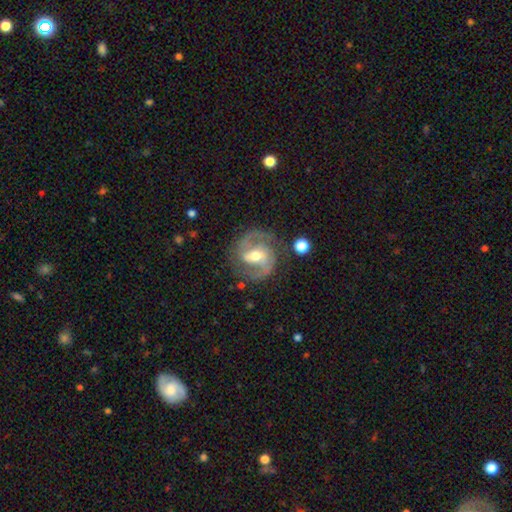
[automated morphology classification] Smooth or featured?
  - featured or disk: 89% *
  - smooth: 6%
  - star or artifact: 5%
Edge-on disk?
  - no: 98% *
  - yes: 2%
Bar?
  - weak: 44% *
  - strong: 32%
  - no: 24%
Spiral arms?
  - yes: 97% *
  - no: 3%
Spiral winding?
  - medium: 56% *
  - tight: 32%
  - loose: 12%
Spiral arm count?
  - 2: 91% *
  - can't tell: 3%
  - 3: 3%
  - 1: 1%
  - 4: 1%
  - more than 4: 1%
Bulge size?
  - moderate: 68% *
  - small: 26%
  - large: 4%
  - none: 1%
  - dominant: 1%
Merging?
  - none: 81% *
  - minor disturbance: 13%
  - major disturbance: 5%
  - merger: 2%